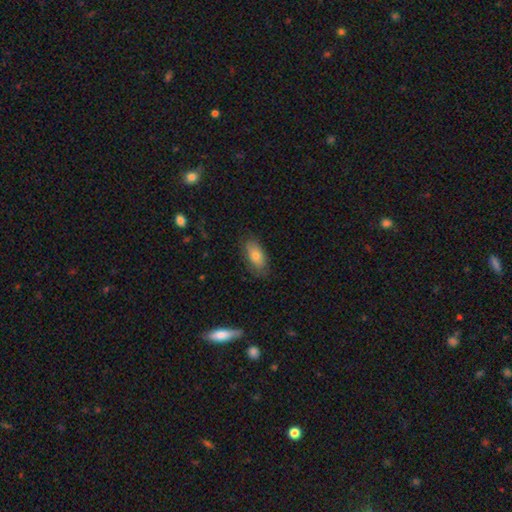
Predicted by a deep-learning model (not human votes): Morphology: type=smooth (75%); roundness=in between (87%); merging=none (78%).